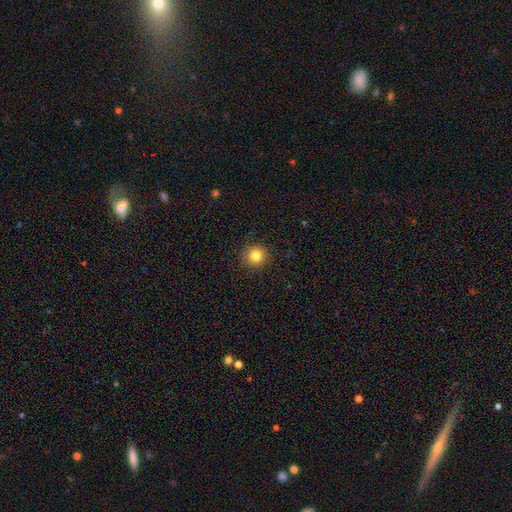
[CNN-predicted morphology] Smooth or featured?
  - smooth: 83% *
  - star or artifact: 11%
  - featured or disk: 6%
How rounded?
  - round: 92% *
  - in between: 7%
  - cigar-shaped: 1%
Merging?
  - none: 91% *
  - minor disturbance: 6%
  - major disturbance: 2%
  - merger: 1%